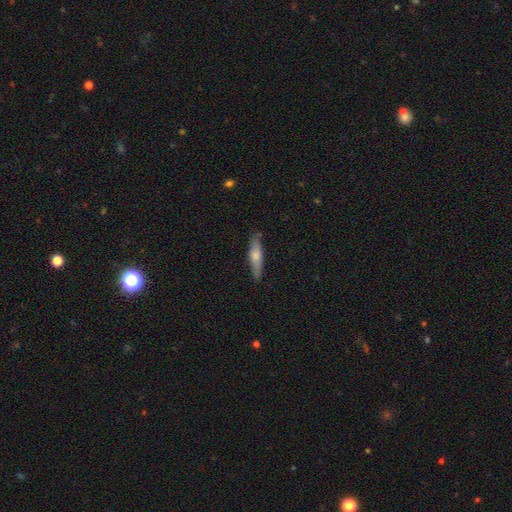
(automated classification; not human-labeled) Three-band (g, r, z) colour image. It shows a smooth galaxy with no disk features (60%) that is cigar-shaped (76%). Merging: none (82%).